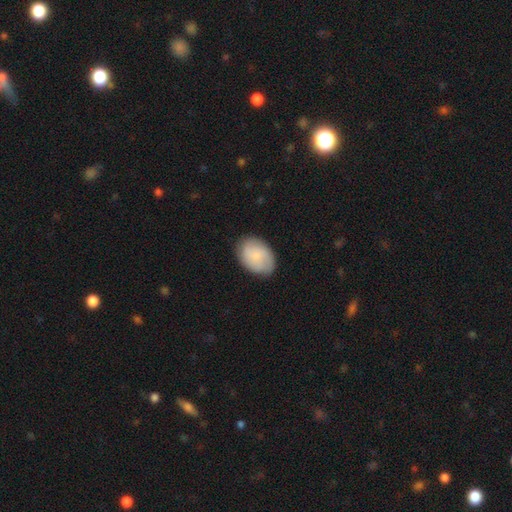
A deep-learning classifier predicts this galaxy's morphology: Smooth or featured? smooth (70%)
How rounded? in between (79%)
Merging? none (80%)